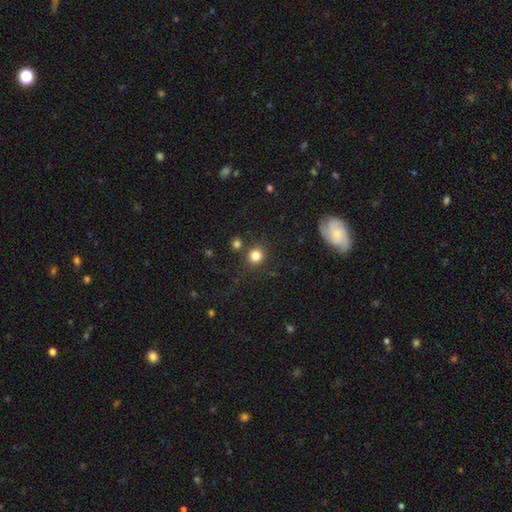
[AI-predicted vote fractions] The model was most divided on "merging": none: 78%, minor disturbance: 9%, merger: 8%, major disturbance: 4%. More confident: how rounded — round (87%); smooth or featured — smooth (82%).